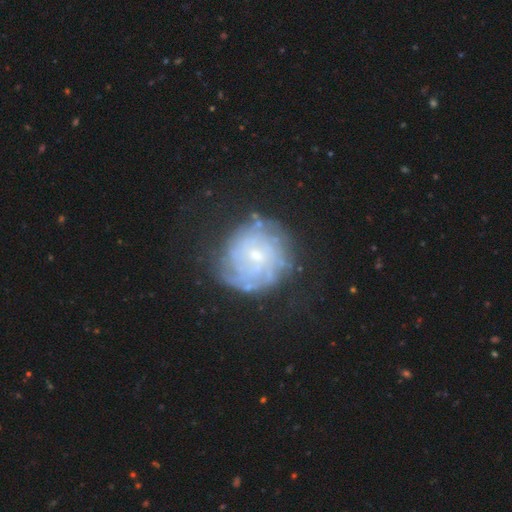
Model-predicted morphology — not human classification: Smooth or featured: featured or disk — 72% (smooth — 19%)
Edge-on disk: no — 97% (yes — 3%)
Bar: no — 68% (weak — 27%)
Spiral arms: yes — 83% (no — 17%)
Spiral winding: tight — 69% (medium — 22%)
Spiral arm count: can't tell — 57% (2 — 12%)
Bulge size: small — 73% (moderate — 22%)
Merging: none — 68% (minor disturbance — 18%)